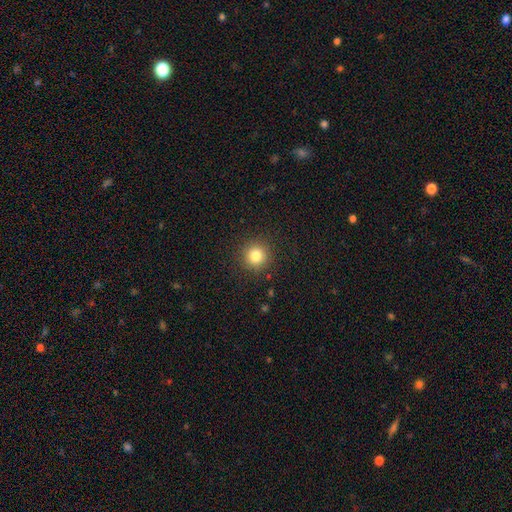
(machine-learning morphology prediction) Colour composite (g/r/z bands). It shows a smooth galaxy with no disk features (82%) that is round (94%). Merging: none (91%).